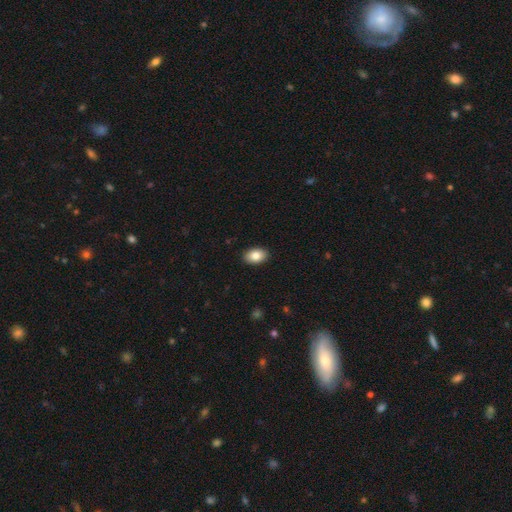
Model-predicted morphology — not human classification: smooth-or-featured: smooth: 84% | featured or disk: 9% | star or artifact: 7%
  how-rounded: in between: 88% | round: 11% | cigar-shaped: 1%
  merging: none: 90% | minor disturbance: 7% | major disturbance: 2% | merger: 1%